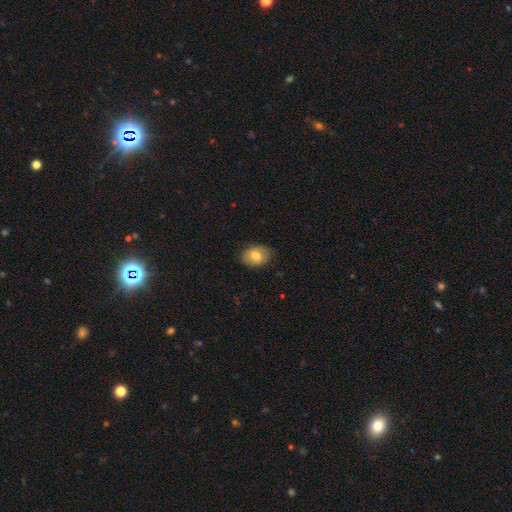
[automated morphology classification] This is likely a smooth galaxy (75%). How rounded: likely in between (71%). Merging: clearly none (82%).